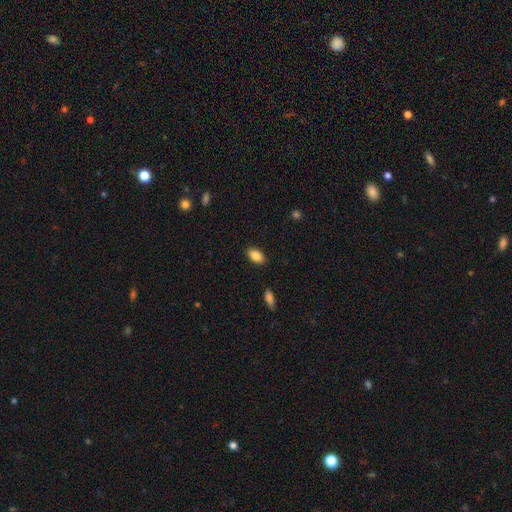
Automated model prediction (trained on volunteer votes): smooth-or-featured: smooth: 87% | star or artifact: 7% | featured or disk: 5%
  how-rounded: in between: 92% | round: 4% | cigar-shaped: 4%
  merging: none: 88% | minor disturbance: 9% | major disturbance: 2% | merger: 1%